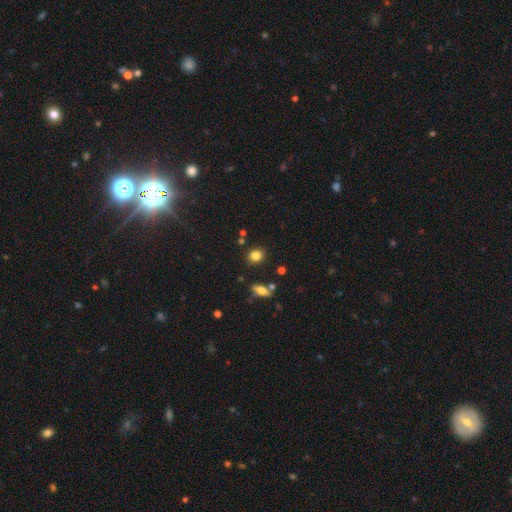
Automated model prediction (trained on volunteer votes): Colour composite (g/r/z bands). It shows a smooth galaxy with no disk features (82%) that is round (66%). Merging: none (84%).